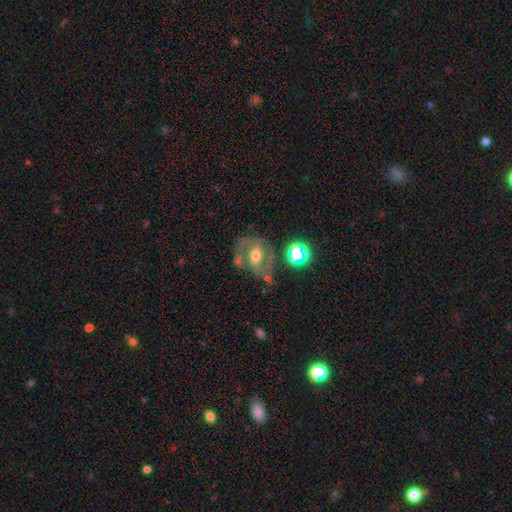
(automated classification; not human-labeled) Q: Smooth or featured?
A: featured or disk (70%); runner-up: smooth (18%)
Q: Edge-on disk?
A: no (95%); runner-up: yes (5%)
Q: Bar?
A: weak (38%); runner-up: no (34%)
Q: Spiral arms?
A: yes (76%); runner-up: no (24%)
Q: Spiral winding?
A: medium (49%); runner-up: tight (32%)
Q: Spiral arm count?
A: 2 (76%); runner-up: can't tell (13%)
Q: Bulge size?
A: moderate (64%); runner-up: small (24%)
Q: Merging?
A: none (58%); runner-up: minor disturbance (18%)